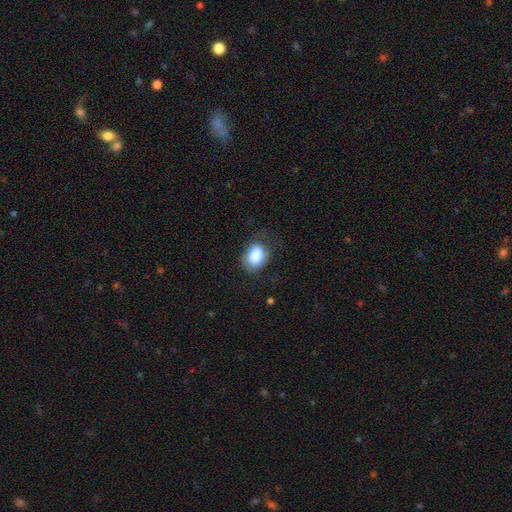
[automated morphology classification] Smooth or featured?
  - smooth: 85% *
  - star or artifact: 8%
  - featured or disk: 7%
How rounded?
  - in between: 68% *
  - round: 31%
  - cigar-shaped: 1%
Merging?
  - none: 63% *
  - minor disturbance: 25%
  - major disturbance: 11%
  - merger: 2%